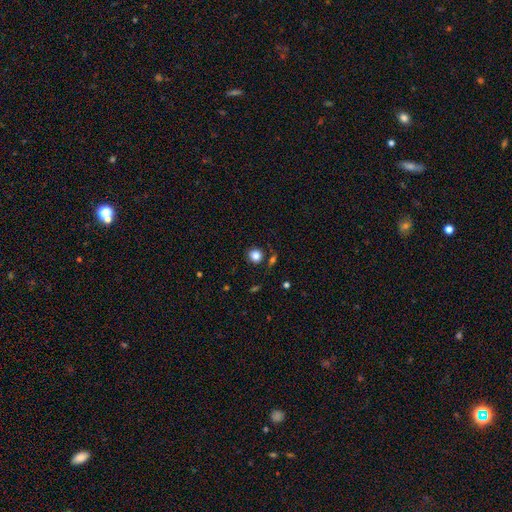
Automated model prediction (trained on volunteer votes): Smooth or featured: smooth — 84% (star or artifact — 11%)
How rounded: round — 86% (in between — 13%)
Merging: none — 82% (minor disturbance — 9%)